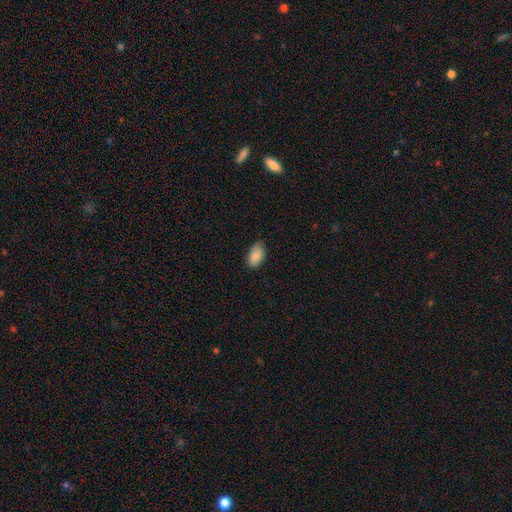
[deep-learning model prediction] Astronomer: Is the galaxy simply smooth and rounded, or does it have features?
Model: smooth — 88%.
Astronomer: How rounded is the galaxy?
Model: in between — 93%.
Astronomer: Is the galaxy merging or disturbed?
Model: none — 75%.